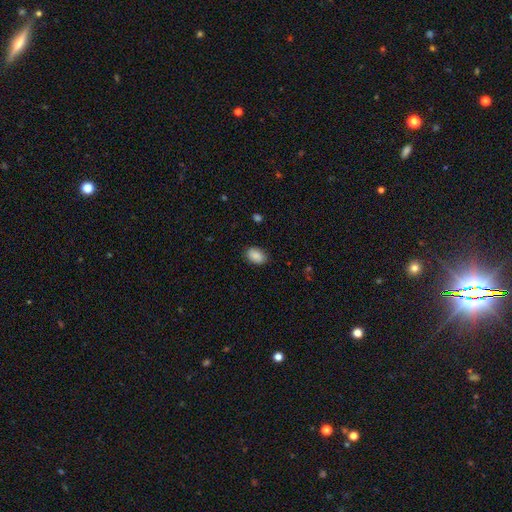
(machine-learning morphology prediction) smooth_or_featured: smooth (p=0.86) [alt: star or artifact p=0.07]
how_rounded: in between (p=0.82) [alt: round p=0.17]
merging: none (p=0.82) [alt: minor disturbance p=0.14]